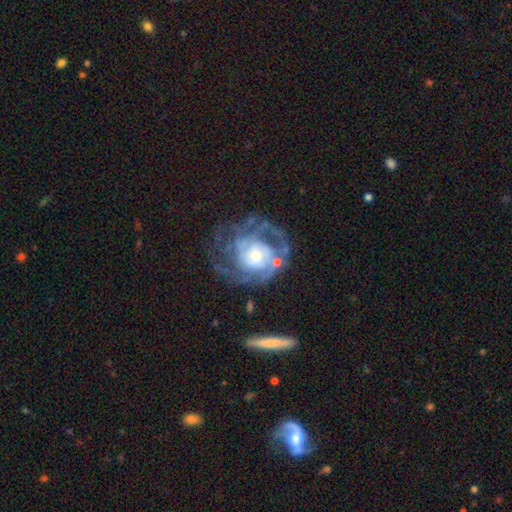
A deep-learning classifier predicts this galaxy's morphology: featured or disk 83%, smooth 10%, star or artifact 7%. Down the decision tree: edge-on disk — no (97%); bar — no (70%); spiral arms — yes (88%); spiral arm count — can't tell (39%); spiral winding — tight (51%); bulge size — moderate (48%); merging — none (55%).